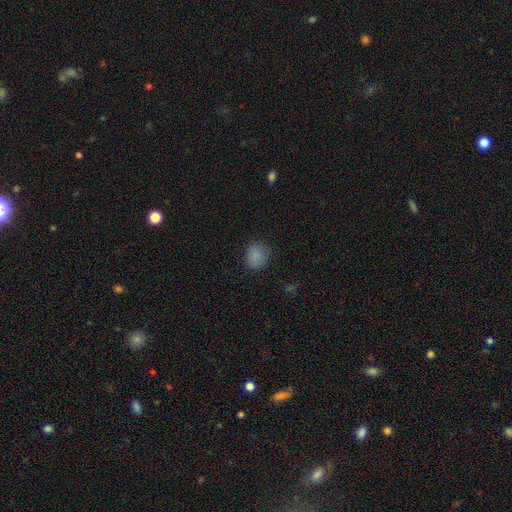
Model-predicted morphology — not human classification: type=smooth (83%); roundness=round (69%); merging=none (80%).